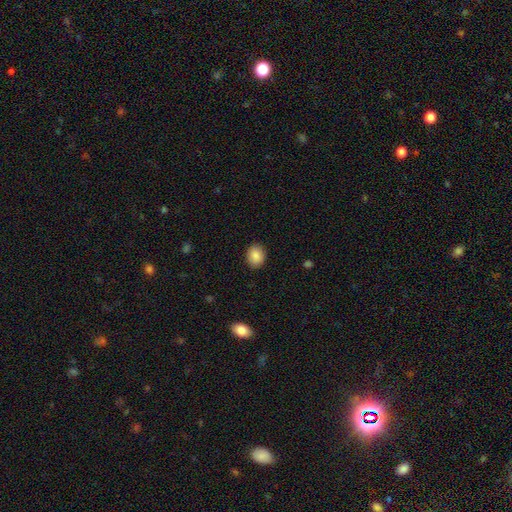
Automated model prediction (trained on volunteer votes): The model was most divided on "how rounded": round: 52%, in between: 48%, cigar-shaped: 1%. More confident: merging — none (89%); smooth or featured — smooth (88%).